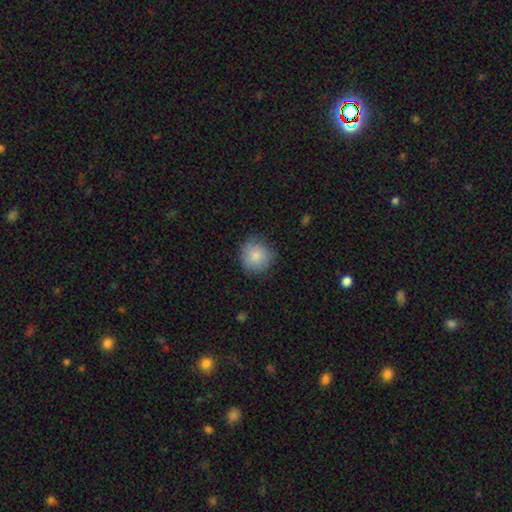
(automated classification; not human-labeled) Smooth or featured? Predicted: smooth (p=0.84). How rounded? Predicted: round (p=0.91). Merging? Predicted: none (p=0.80).